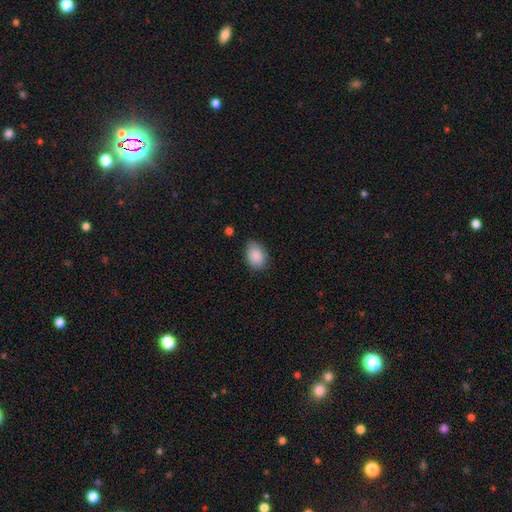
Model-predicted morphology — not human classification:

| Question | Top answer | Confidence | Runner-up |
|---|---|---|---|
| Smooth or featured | smooth | 88% | star or artifact (6%) |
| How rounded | in between | 86% | round (13%) |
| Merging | none | 76% | minor disturbance (19%) |